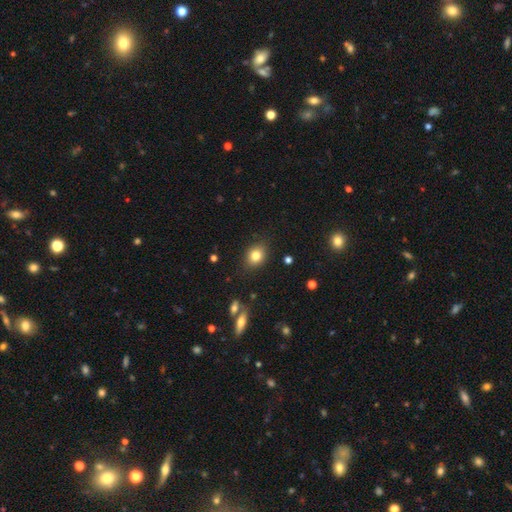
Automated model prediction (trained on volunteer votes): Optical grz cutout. It shows a smooth galaxy with no disk features (81%) that is round (53%). Merging: none (85%).